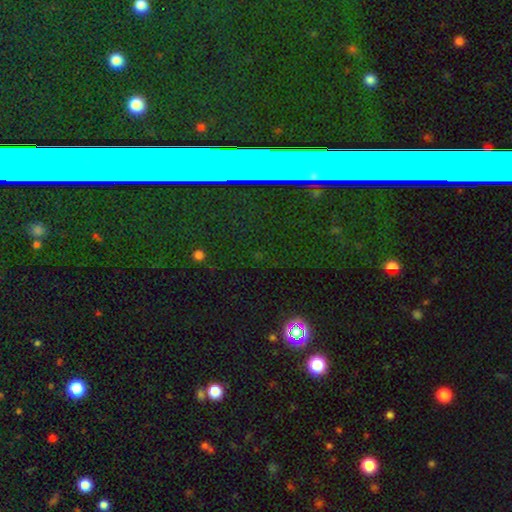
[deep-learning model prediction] Smooth or featured?
  - star or artifact: 58% *
  - featured or disk: 24%
  - smooth: 18%